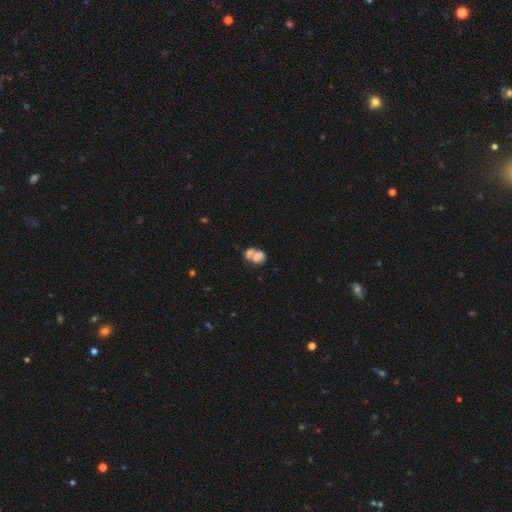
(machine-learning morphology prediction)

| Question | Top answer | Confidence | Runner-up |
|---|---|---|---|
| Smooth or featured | smooth | 65% | featured or disk (24%) |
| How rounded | in between | 64% | round (34%) |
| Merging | merger | 61% | none (21%) |